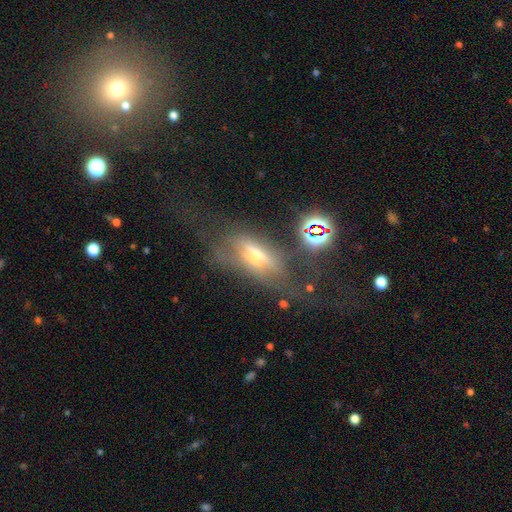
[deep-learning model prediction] The model was most divided on "merging": major disturbance: 38%, none: 34%, minor disturbance: 22%, merger: 6%. Remaining: smooth or featured — featured or disk (46%).